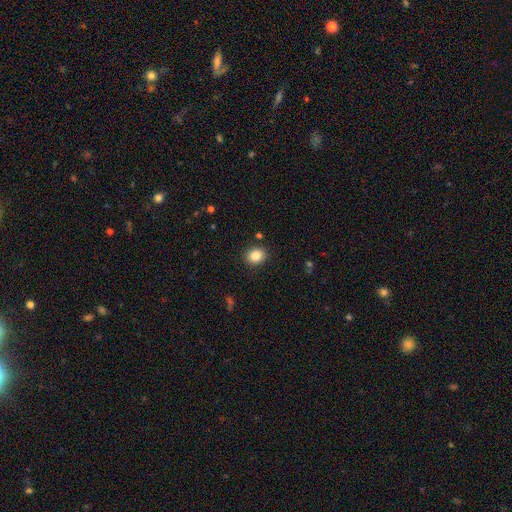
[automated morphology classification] Smooth or featured?
  - smooth: 86% *
  - star or artifact: 10%
  - featured or disk: 5%
How rounded?
  - round: 60% *
  - in between: 39%
  - cigar-shaped: 1%
Merging?
  - none: 88% *
  - minor disturbance: 8%
  - major disturbance: 2%
  - merger: 2%